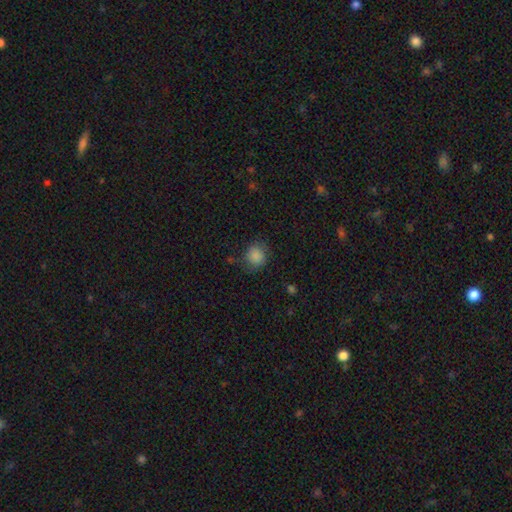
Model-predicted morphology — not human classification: Smooth or featured? smooth (85%)
How rounded? round (79%)
Merging? none (69%)